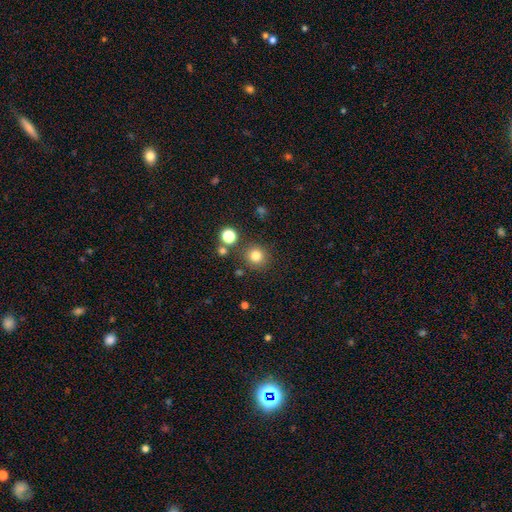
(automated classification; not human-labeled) smooth_or_featured: smooth (p=0.80) [alt: star or artifact p=0.14]
how_rounded: round (p=0.93) [alt: in between p=0.06]
merging: none (p=0.84) [alt: minor disturbance p=0.08]